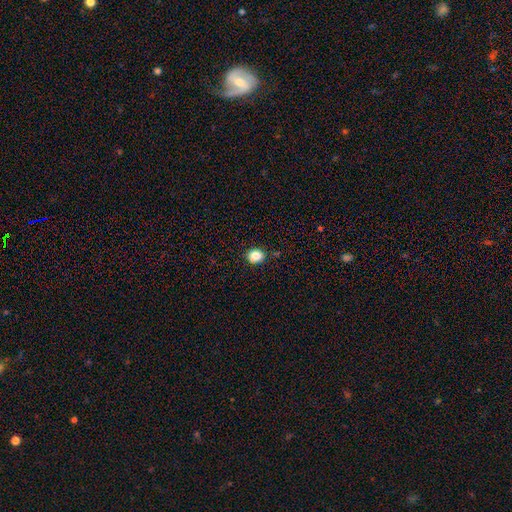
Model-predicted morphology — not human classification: Smooth or featured?
  - smooth: 83% *
  - star or artifact: 11%
  - featured or disk: 6%
How rounded?
  - round: 70% *
  - in between: 29%
  - cigar-shaped: 1%
Merging?
  - none: 79% *
  - minor disturbance: 13%
  - merger: 5%
  - major disturbance: 3%